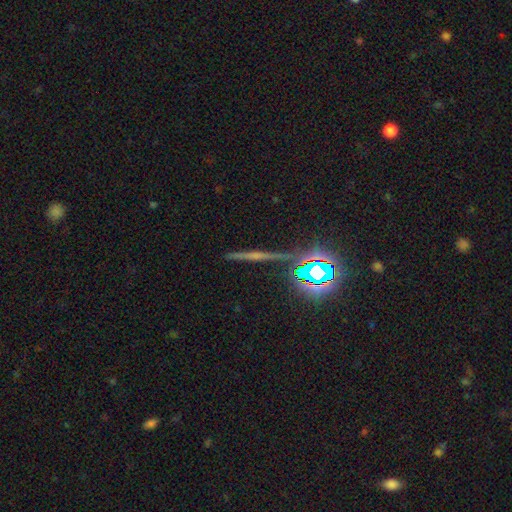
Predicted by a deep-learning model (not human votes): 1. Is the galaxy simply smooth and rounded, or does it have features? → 45% featured or disk, 34% star or artifact, 21% smooth.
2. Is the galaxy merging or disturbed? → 88% none, 7% minor disturbance, 2% merger, 2% major disturbance.